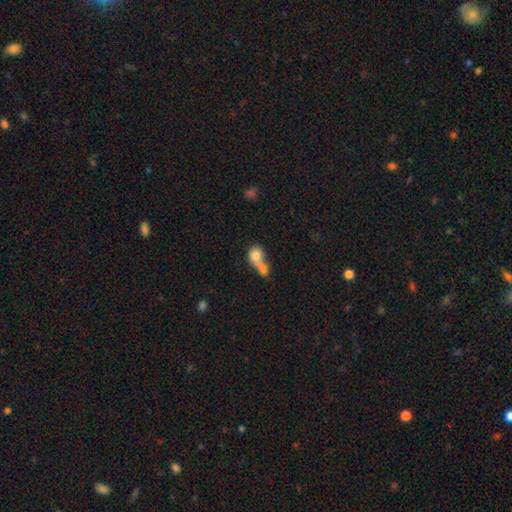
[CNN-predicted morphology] smooth_or_featured: smooth (p=0.73) [alt: featured or disk p=0.18]
how_rounded: round (p=0.51) [alt: in between p=0.43]
merging: merger (p=0.62) [alt: none p=0.17]